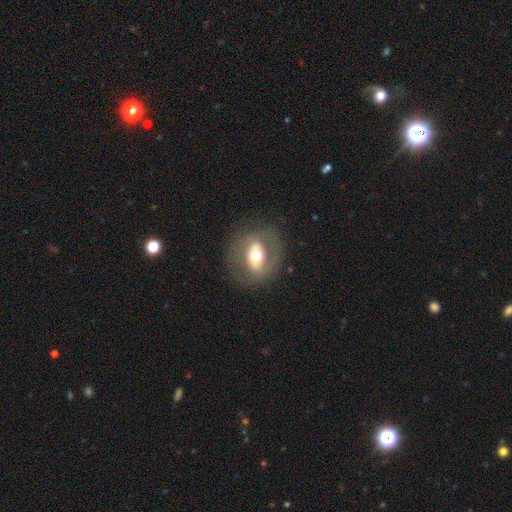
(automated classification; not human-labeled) Smooth or featured? featured or disk (52%)
Edge-on disk? no (89%)
Merging? none (76%)